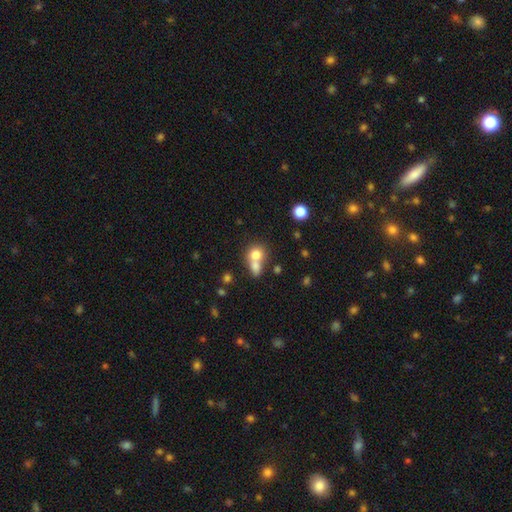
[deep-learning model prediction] A smooth galaxy with no disk features (76%) that is round (73%). Merging: merger (59%).